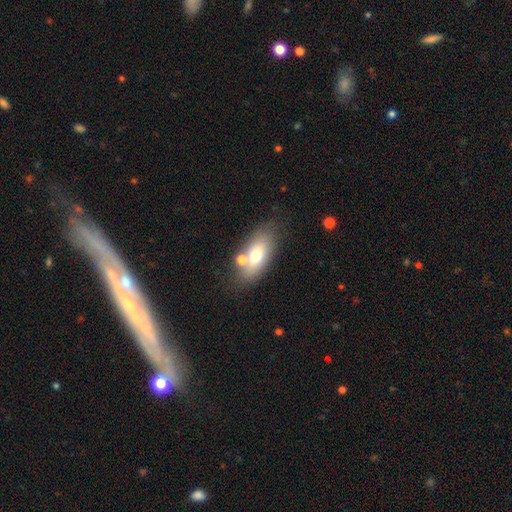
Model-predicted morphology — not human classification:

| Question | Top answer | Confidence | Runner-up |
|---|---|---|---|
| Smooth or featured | smooth | 64% | featured or disk (27%) |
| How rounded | in between | 84% | cigar-shaped (8%) |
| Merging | none | 62% | merger (19%) |